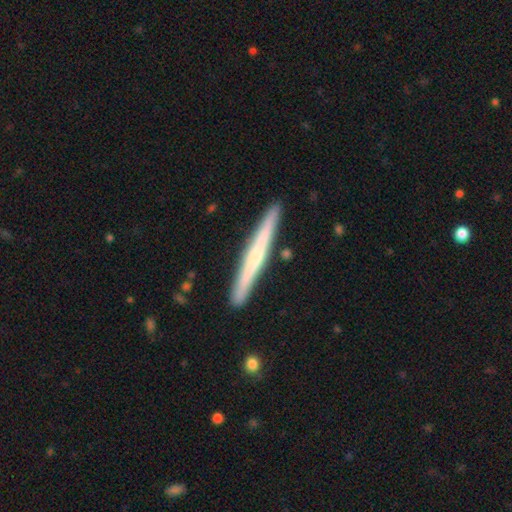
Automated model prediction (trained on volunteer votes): A featured or disk galaxy (52%) viewed edge-on (97%) with no central bulge (57%). Merging: none (90%).